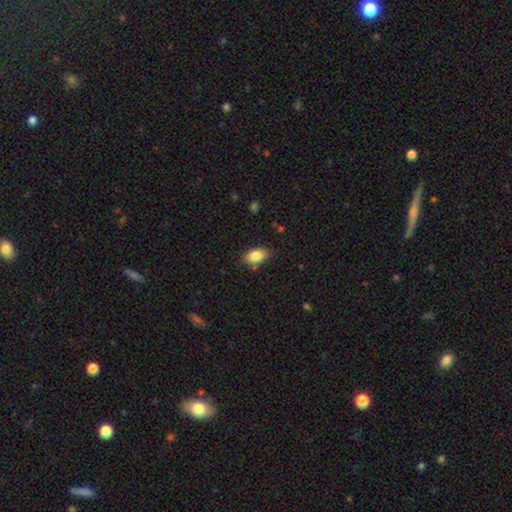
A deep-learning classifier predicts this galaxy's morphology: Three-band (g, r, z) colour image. It shows a smooth galaxy with no disk features (85%) that is in between round and cigar-shaped (89%). Merging: none (79%).